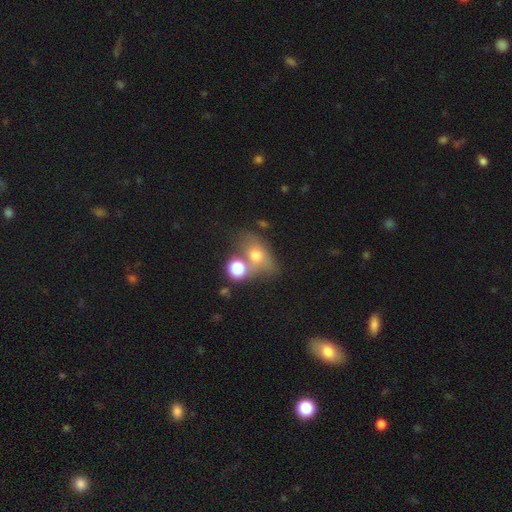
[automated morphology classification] smooth_or_featured: smooth (p=0.61) [alt: featured or disk p=0.24]
how_rounded: in between (p=0.62) [alt: round p=0.34]
merging: none (p=0.39) [alt: merger p=0.32]